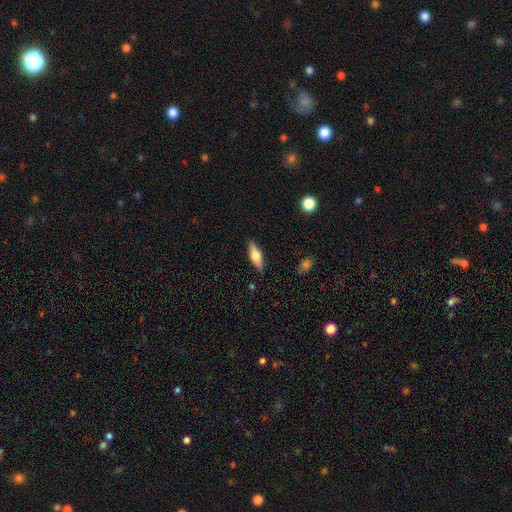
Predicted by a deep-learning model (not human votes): smooth_or_featured: featured or disk (p=0.49) [alt: smooth p=0.44]
merging: none (p=0.87) [alt: minor disturbance p=0.10]